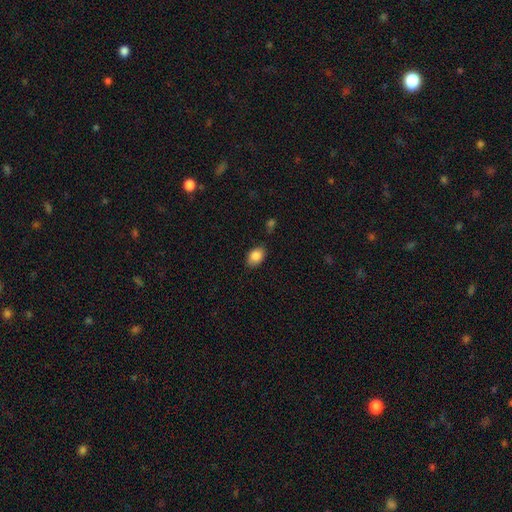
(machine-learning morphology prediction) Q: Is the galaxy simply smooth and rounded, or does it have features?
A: smooth — 86%.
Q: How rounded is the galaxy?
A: in between — 81%.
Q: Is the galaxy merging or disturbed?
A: none — 79%.